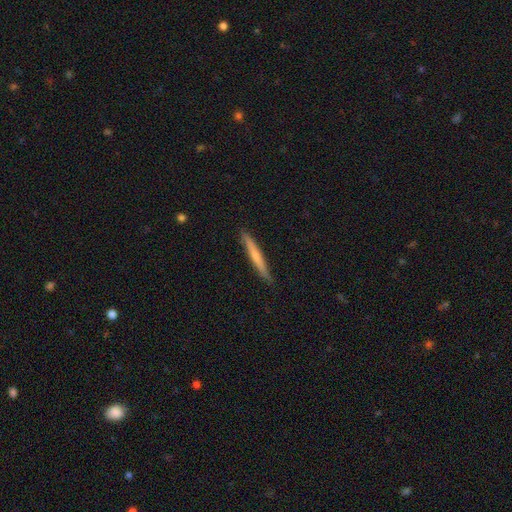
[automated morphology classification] Smooth or featured? Predicted: smooth (p=0.57). How rounded? Predicted: cigar-shaped (p=0.96). Merging? Predicted: none (p=0.89).